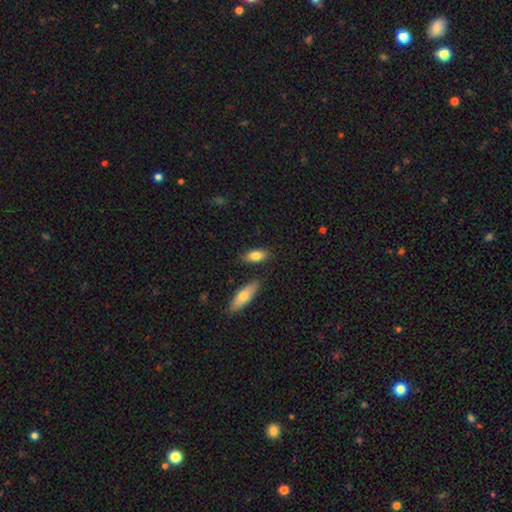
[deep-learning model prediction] smooth 80%, featured or disk 14%, star or artifact 6%. Down the decision tree: how rounded — in between (83%); merging — none (81%).